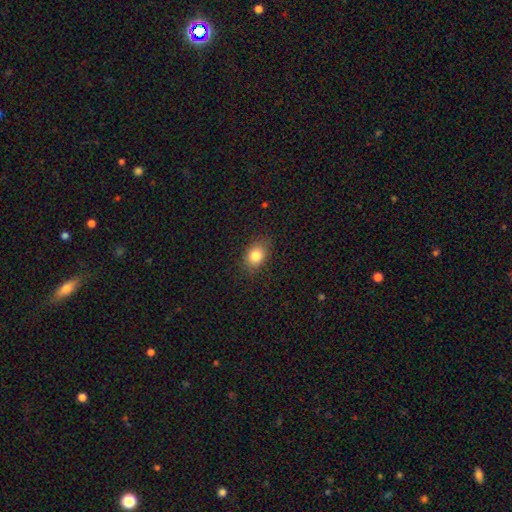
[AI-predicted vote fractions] The model was most divided on "how rounded": in between: 69%, round: 30%, cigar-shaped: 1%. More confident: merging — none (84%); smooth or featured — smooth (83%).